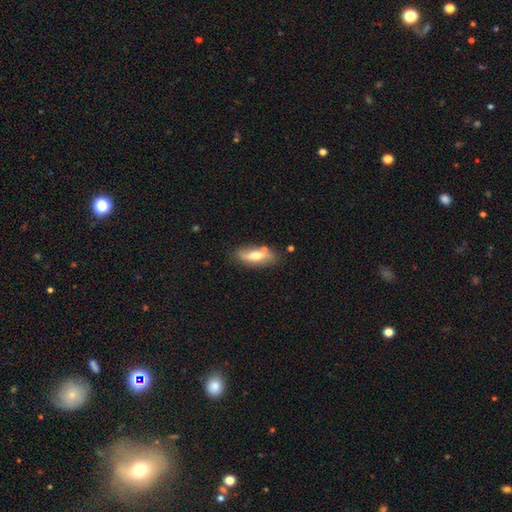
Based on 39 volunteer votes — Morphology: type=featured or disk (51%); edge-on=no (65%); bar=no (38%); spiral arms=no (62%); bulge=moderate (62%); merging=none (76%).